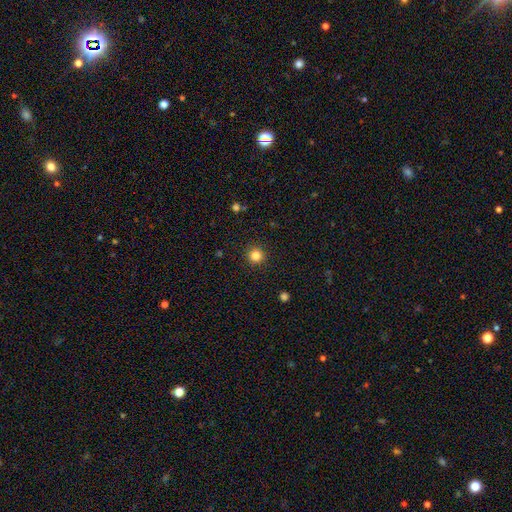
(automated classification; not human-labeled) Smooth or featured?
  - smooth: 83% *
  - star or artifact: 12%
  - featured or disk: 4%
How rounded?
  - round: 95% *
  - in between: 4%
  - cigar-shaped: 1%
Merging?
  - none: 92% *
  - minor disturbance: 5%
  - major disturbance: 2%
  - merger: 1%